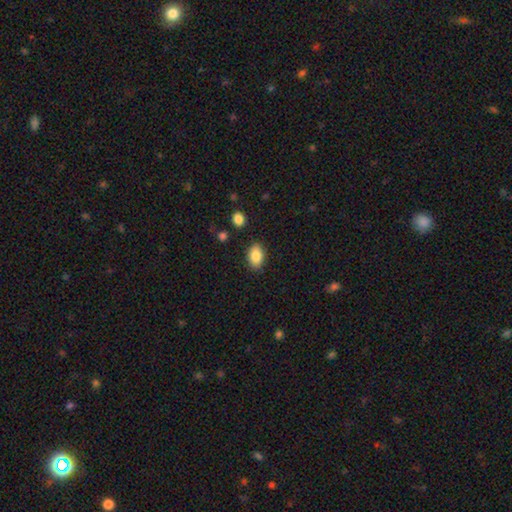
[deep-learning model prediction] A smooth galaxy with no disk features (87%) that is in between round and cigar-shaped (88%).

Vote fractions:
- Smooth or featured? smooth: 87% / star or artifact: 7% / featured or disk: 6%
- How rounded? in between: 88% / round: 11% / cigar-shaped: 1%
- Merging? none: 86% / minor disturbance: 10% / major disturbance: 3% / merger: 2%